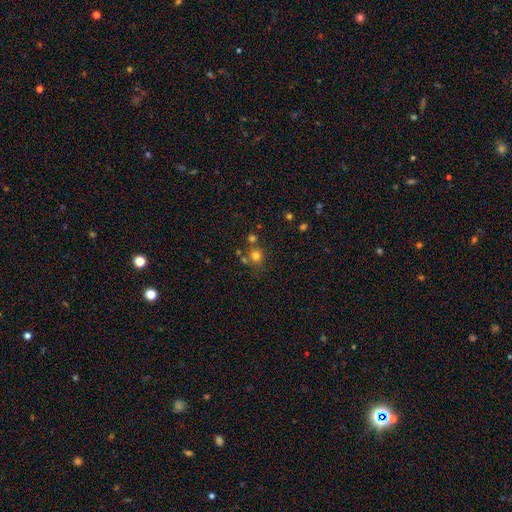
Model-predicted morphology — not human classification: Smooth or featured? smooth (73%)
How rounded? round (85%)
Merging? none (64%)